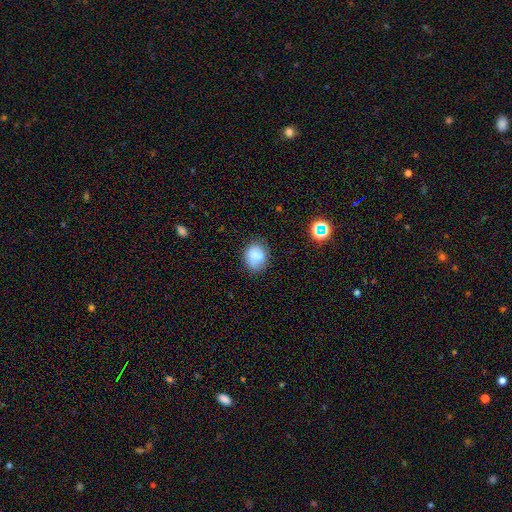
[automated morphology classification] Smooth or featured: smooth — 78% (featured or disk — 12%)
How rounded: in between — 53% (round — 46%)
Merging: none — 63% (minor disturbance — 22%)